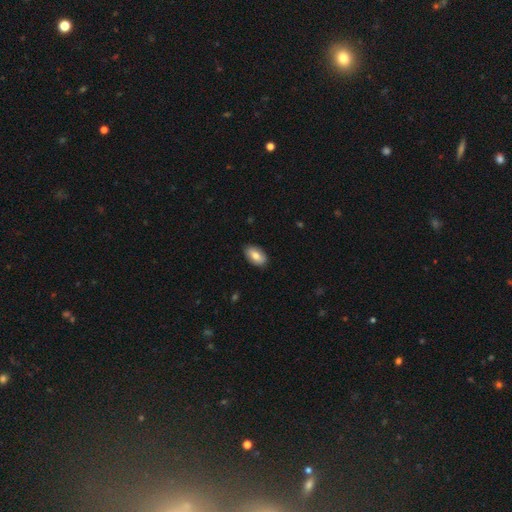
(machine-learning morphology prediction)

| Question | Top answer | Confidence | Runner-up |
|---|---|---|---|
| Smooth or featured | smooth | 76% | featured or disk (18%) |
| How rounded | in between | 93% | round (4%) |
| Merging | none | 88% | minor disturbance (9%) |